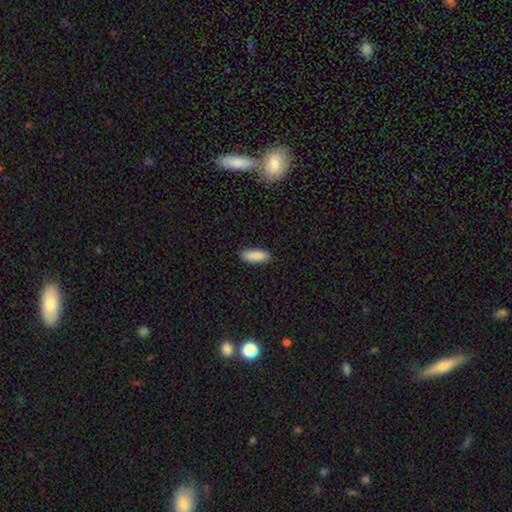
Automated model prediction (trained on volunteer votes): smooth_or_featured: smooth (p=0.89) [alt: star or artifact p=0.06]
how_rounded: in between (p=0.65) [alt: cigar-shaped p=0.33]
merging: none (p=0.87) [alt: minor disturbance p=0.10]